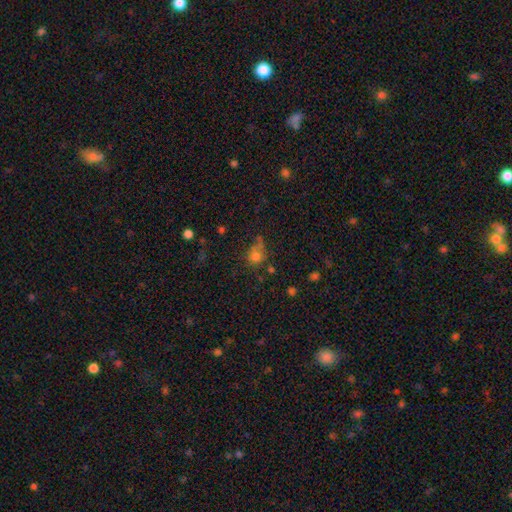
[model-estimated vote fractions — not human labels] Smooth or featured? smooth (71%)
How rounded? round (78%)
Merging? none (51%)